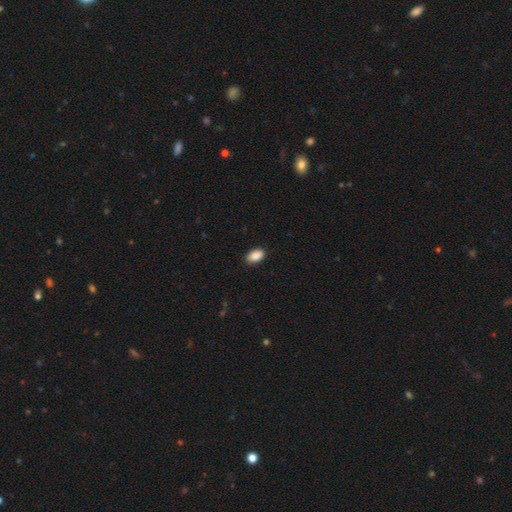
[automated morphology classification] smooth_or_featured: smooth (p=0.90) [alt: star or artifact p=0.07]
how_rounded: in between (p=0.92) [alt: round p=0.07]
merging: none (p=0.87) [alt: minor disturbance p=0.10]